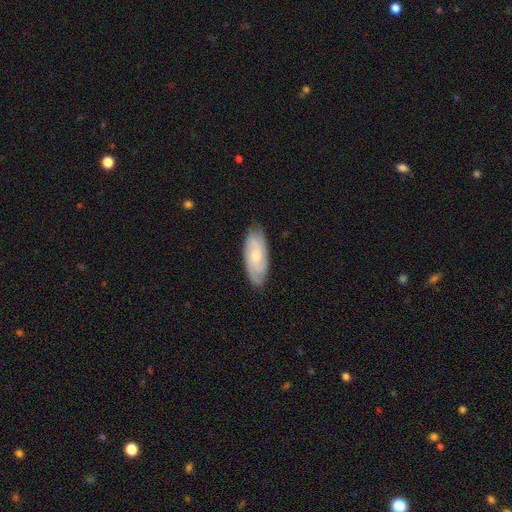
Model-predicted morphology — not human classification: A featured or disk galaxy (58%) with no bar (70%), spiral arms (89%) and a moderate central bulge (48%). Merging: none (81%).